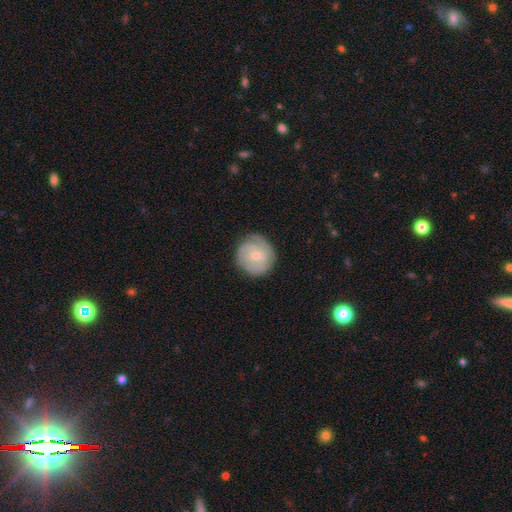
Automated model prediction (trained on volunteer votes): This is possibly a featured or disk galaxy (52%). It is clearly not viewed edge-on (98%). Bar: likely no (70%). Spiral arm pattern: likely yes (79%). Central bulge: likely small (66%). Merging: likely none (77%).